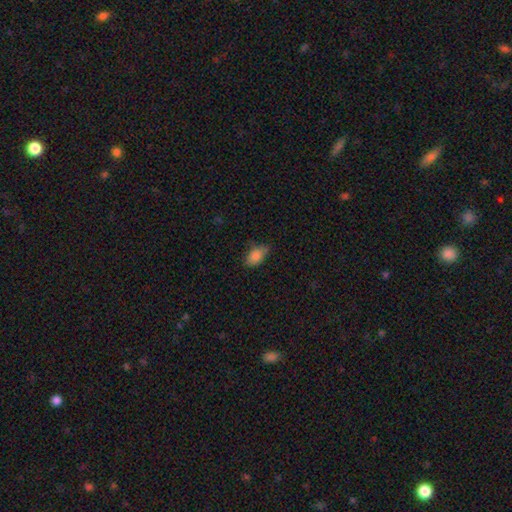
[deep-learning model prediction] A smooth galaxy with no disk features (85%) that is in between round and cigar-shaped (91%). Merging: none (73%).